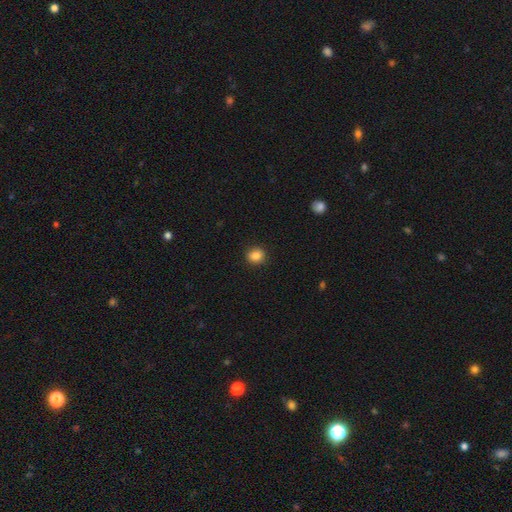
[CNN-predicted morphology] Q: Smooth or featured?
A: smooth (86%); runner-up: star or artifact (10%)
Q: How rounded?
A: round (82%); runner-up: in between (17%)
Q: Merging?
A: none (91%); runner-up: minor disturbance (6%)